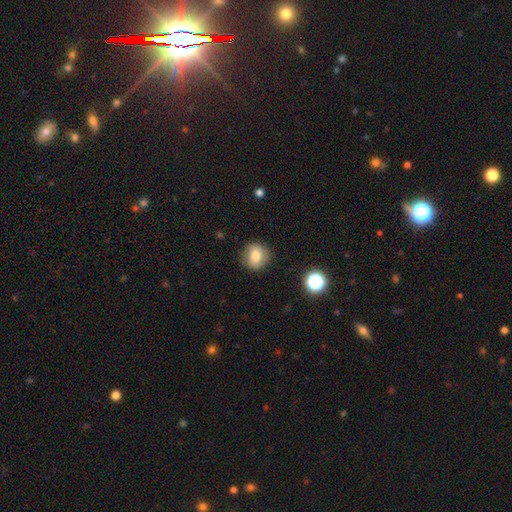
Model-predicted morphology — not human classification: Smooth or featured: smooth — 76% (featured or disk — 14%)
How rounded: round — 85% (in between — 14%)
Merging: none — 86% (minor disturbance — 10%)